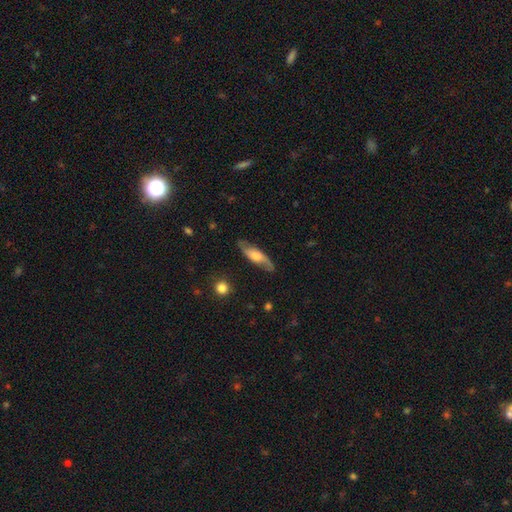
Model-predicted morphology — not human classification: A featured or disk galaxy (61%).

Vote fractions:
- Smooth or featured? featured or disk: 61% / smooth: 34% / star or artifact: 5%
- Edge-on disk? no: 62% / yes: 38%
- Merging? none: 80% / minor disturbance: 14% / major disturbance: 4% / merger: 1%